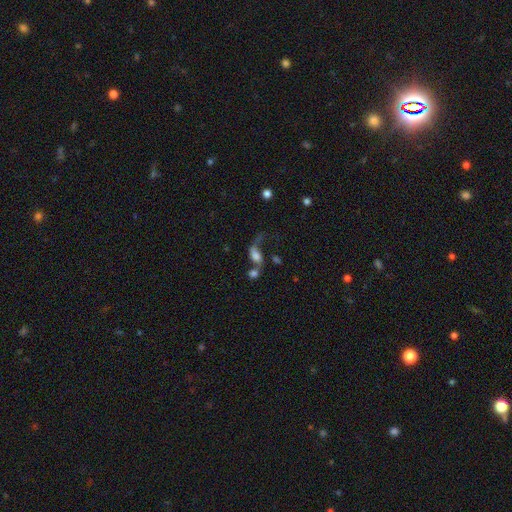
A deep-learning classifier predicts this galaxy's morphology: This is possibly a featured or disk galaxy (45%). Merging: possibly merger (46%).